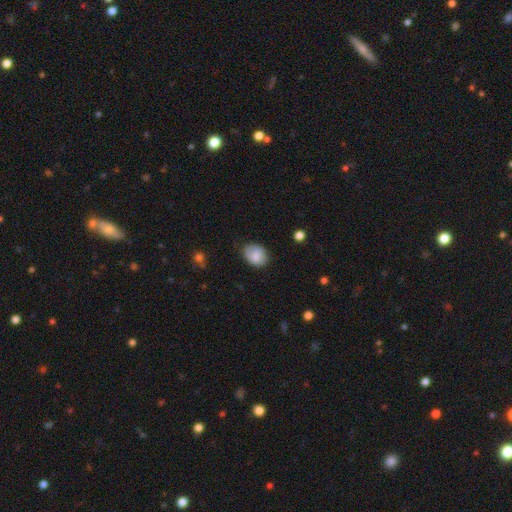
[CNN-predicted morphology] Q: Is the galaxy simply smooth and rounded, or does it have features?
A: smooth — 82%.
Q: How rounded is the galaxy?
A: in between — 68%.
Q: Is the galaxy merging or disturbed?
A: none — 75%.